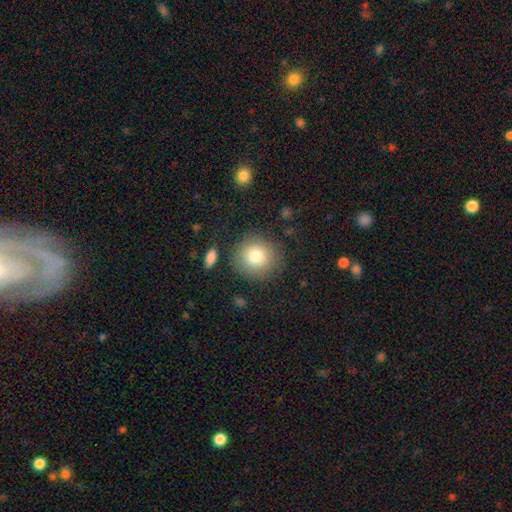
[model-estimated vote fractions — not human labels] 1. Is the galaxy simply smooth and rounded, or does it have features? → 80% smooth, 10% featured or disk, 10% star or artifact.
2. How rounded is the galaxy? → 90% round, 9% in between, 1% cigar-shaped.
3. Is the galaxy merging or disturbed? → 83% none, 10% minor disturbance, 4% major disturbance, 3% merger.